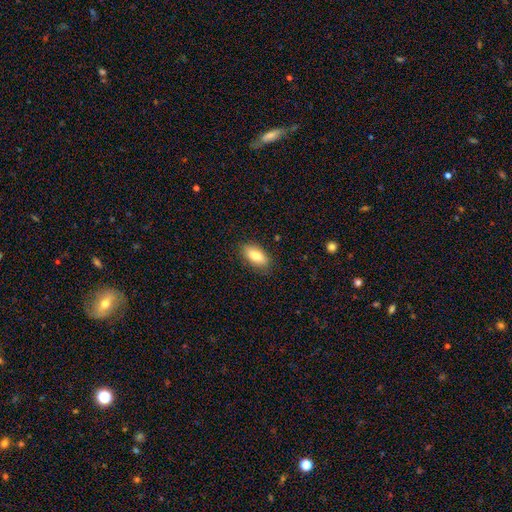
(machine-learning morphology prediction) The model was most divided on "smooth or featured": smooth: 81%, featured or disk: 12%, star or artifact: 7%. More confident: how rounded — in between (89%); merging — none (85%).